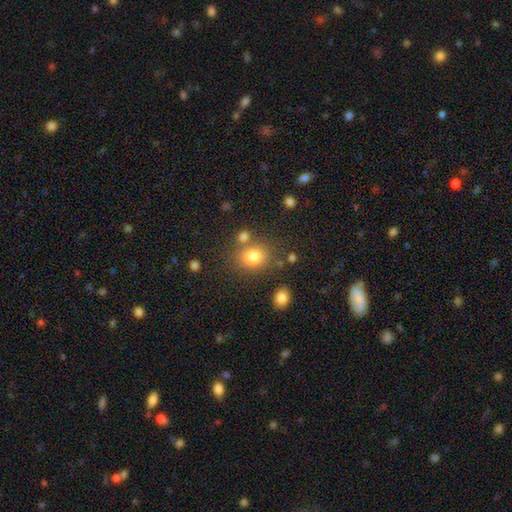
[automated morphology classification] A smooth galaxy with no disk features (77%) that is round (53%). Merging: none (61%).